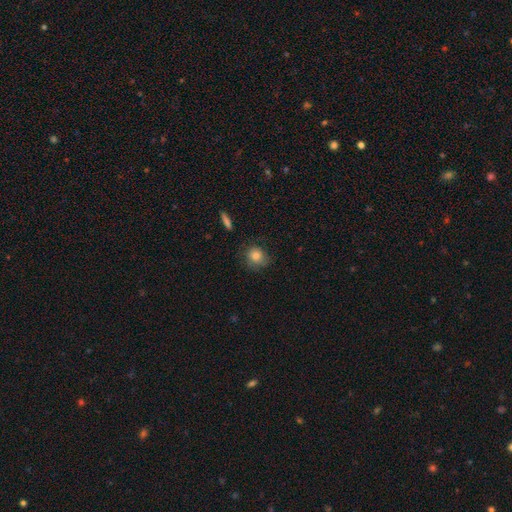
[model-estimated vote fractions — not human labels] Smooth or featured: smooth — 82% (featured or disk — 10%)
How rounded: round — 82% (in between — 17%)
Merging: none — 73% (minor disturbance — 20%)